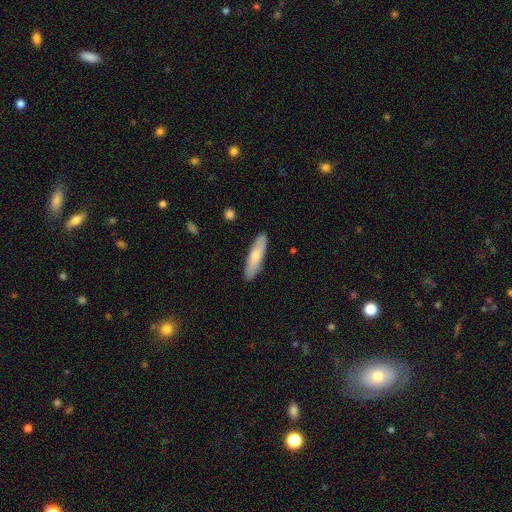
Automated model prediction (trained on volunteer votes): smooth-or-featured: smooth: 71% | featured or disk: 24% | star or artifact: 5%
  how-rounded: cigar-shaped: 75% | in between: 23% | round: 2%
  merging: none: 89% | minor disturbance: 8% | major disturbance: 2% | merger: 1%